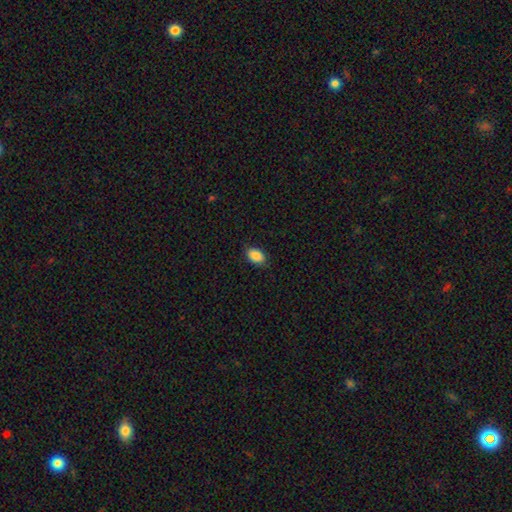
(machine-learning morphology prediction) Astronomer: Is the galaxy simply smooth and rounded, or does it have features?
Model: smooth — 88%.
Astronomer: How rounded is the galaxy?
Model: in between — 86%.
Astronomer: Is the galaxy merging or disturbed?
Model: none — 85%.